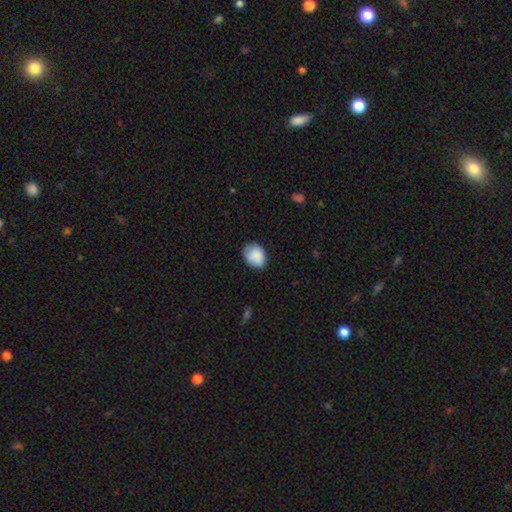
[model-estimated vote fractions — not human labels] Overall: smooth (87%). How rounded: in between (55%; round 44%). Merging: none (72%).